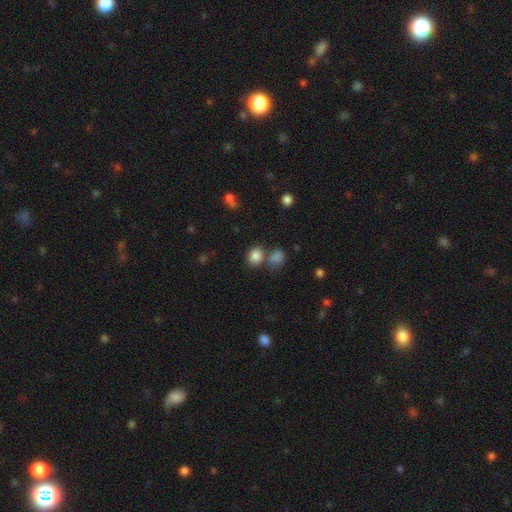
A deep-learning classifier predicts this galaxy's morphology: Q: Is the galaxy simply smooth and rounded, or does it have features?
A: smooth — 83%.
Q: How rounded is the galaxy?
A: round — 56%.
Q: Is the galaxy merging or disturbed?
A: none — 63%.